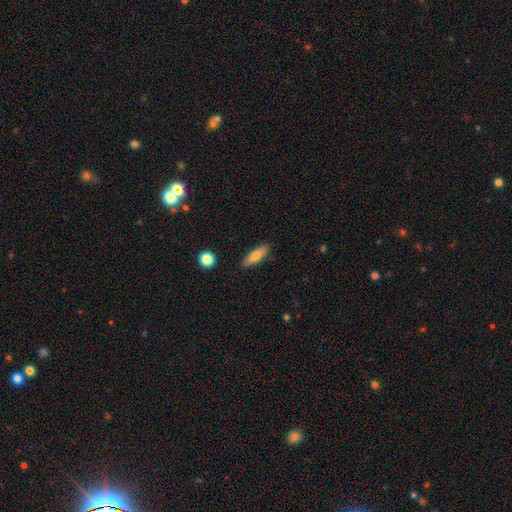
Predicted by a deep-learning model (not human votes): smooth 77%, featured or disk 16%, star or artifact 7%. Down the decision tree: how rounded — cigar-shaped (57%); merging — none (86%).